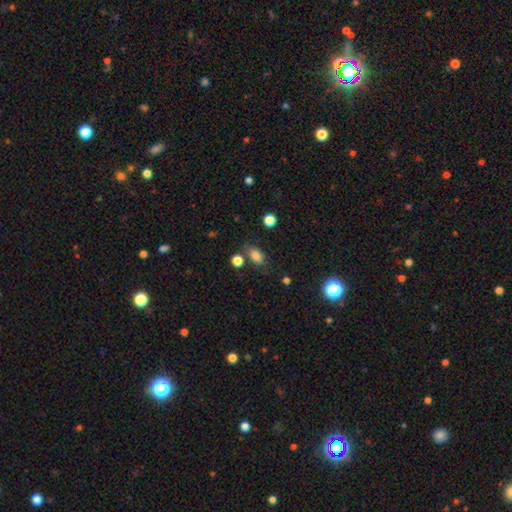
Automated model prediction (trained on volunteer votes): Morphology: type=smooth (83%); roundness=in between (83%); merging=none (71%).